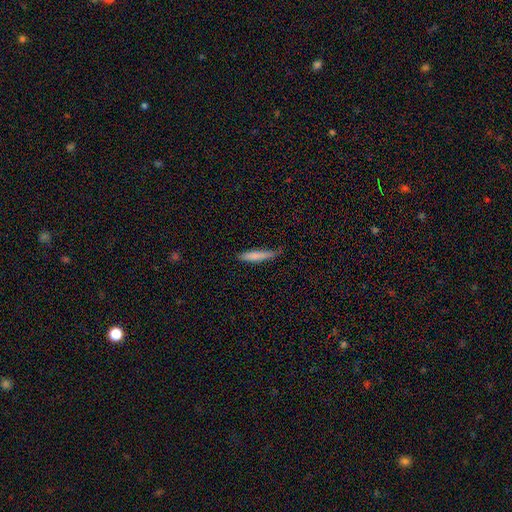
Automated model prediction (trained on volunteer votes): Smooth or featured? Predicted: smooth (p=0.78). How rounded? Predicted: cigar-shaped (p=0.88). Merging? Predicted: none (p=0.70).